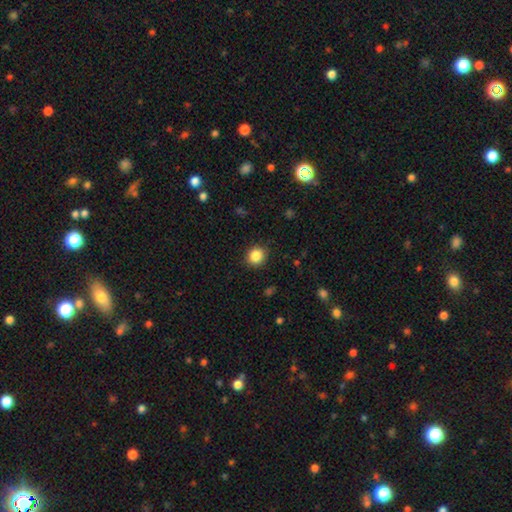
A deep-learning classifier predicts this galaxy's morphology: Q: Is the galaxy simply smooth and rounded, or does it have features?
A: smooth — 85%.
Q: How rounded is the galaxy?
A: round — 86%.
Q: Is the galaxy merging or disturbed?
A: none — 89%.